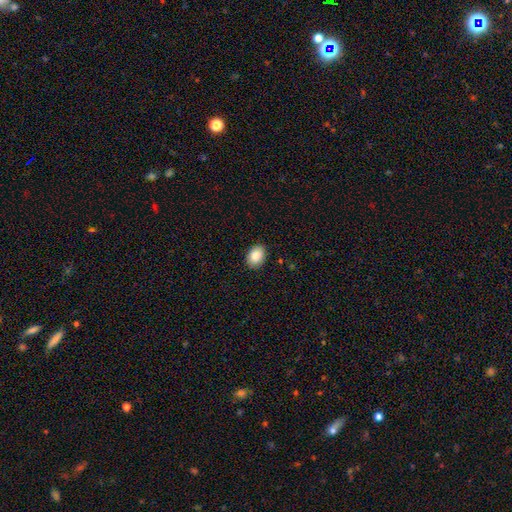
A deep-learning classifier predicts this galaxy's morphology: Smooth or featured? smooth (86%)
How rounded? in between (75%)
Merging? none (90%)